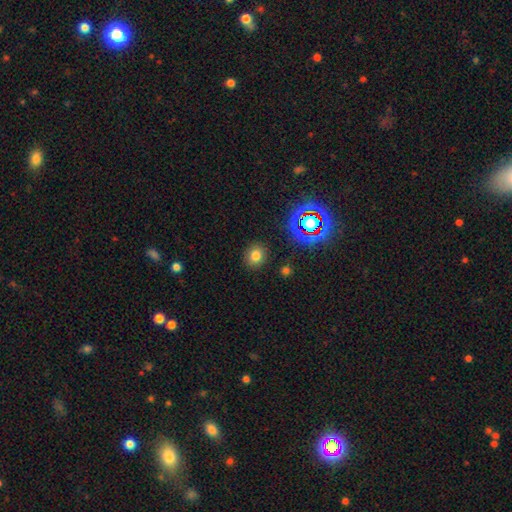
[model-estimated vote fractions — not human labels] A smooth galaxy with no disk features (75%) that is round (73%).

Vote fractions:
- Smooth or featured? smooth: 75% / star or artifact: 18% / featured or disk: 7%
- How rounded? round: 73% / in between: 26% / cigar-shaped: 1%
- Merging? none: 88% / minor disturbance: 8% / major disturbance: 3% / merger: 2%